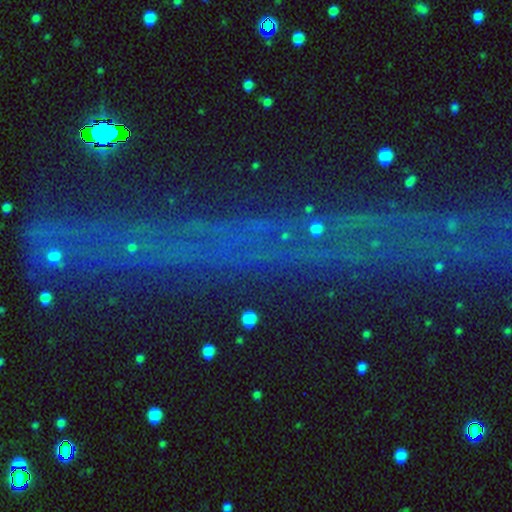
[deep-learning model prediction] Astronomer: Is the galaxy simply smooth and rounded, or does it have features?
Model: star or artifact — 73%.